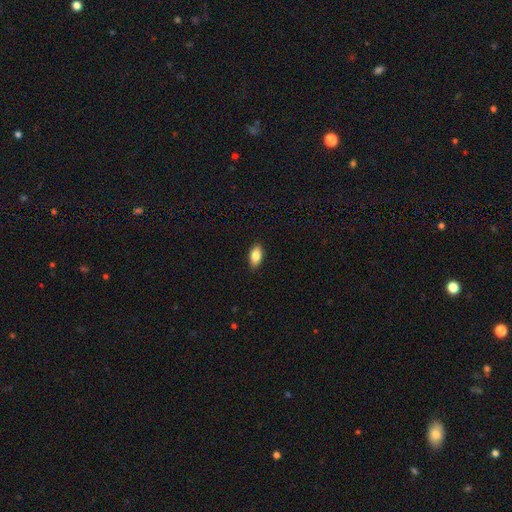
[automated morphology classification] This appears to be a smooth galaxy with no disk features (85%) that is in between round and cigar-shaped (91%). Merging: none (90%).